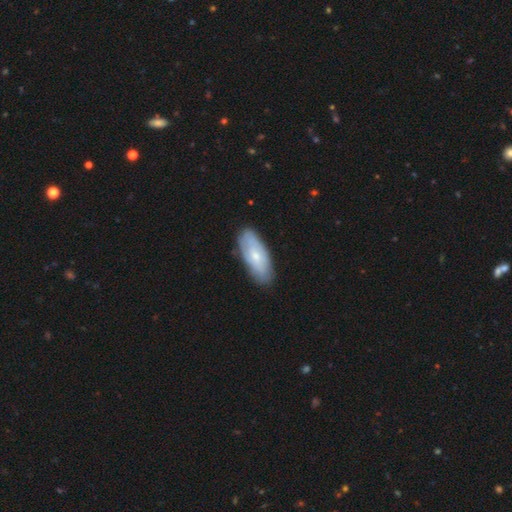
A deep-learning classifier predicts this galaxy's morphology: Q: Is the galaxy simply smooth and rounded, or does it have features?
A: smooth — 54%.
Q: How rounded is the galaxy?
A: in between — 79%.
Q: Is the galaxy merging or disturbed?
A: none — 81%.